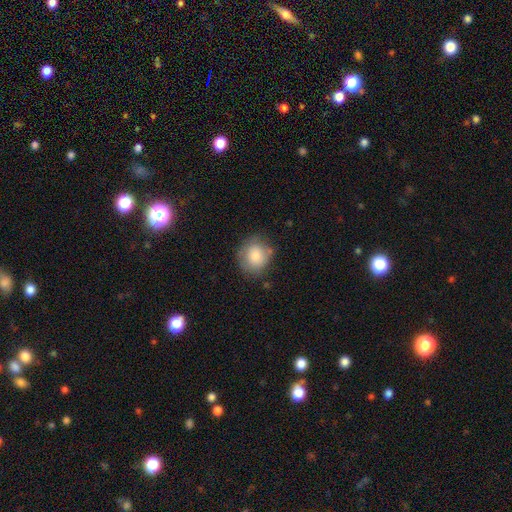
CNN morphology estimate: type=smooth (77%); roundness=round (82%); merging=none (68%).